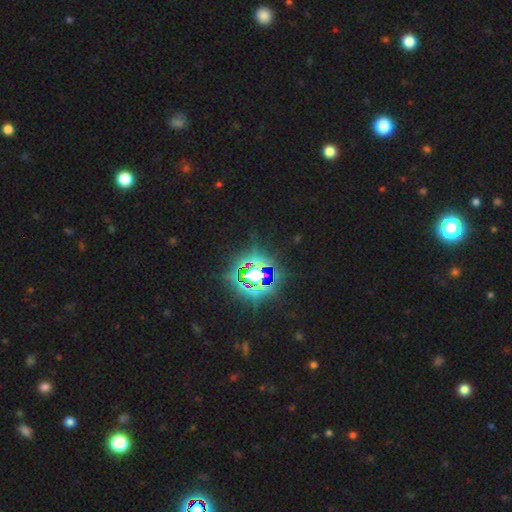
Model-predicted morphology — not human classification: The model was most divided on "smooth or featured": star or artifact: 80%, smooth: 11%, featured or disk: 9%.